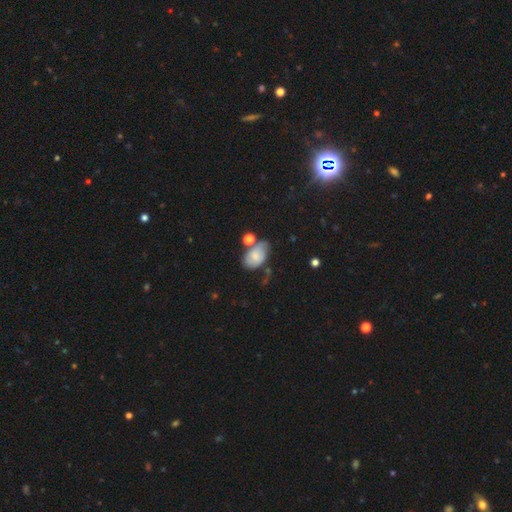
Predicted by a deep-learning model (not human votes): Smooth or featured? Predicted: smooth (p=0.62). How rounded? Predicted: in between (p=0.86). Merging? Predicted: none (p=0.45).